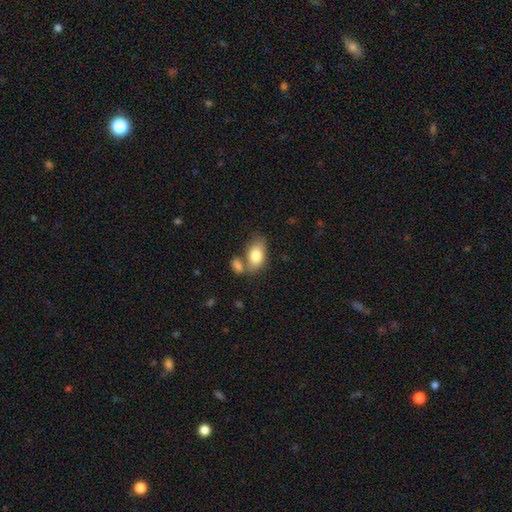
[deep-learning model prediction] smooth_or_featured: smooth (p=0.79) [alt: featured or disk p=0.14]
how_rounded: in between (p=0.88) [alt: round p=0.09]
merging: none (p=0.50) [alt: merger p=0.28]